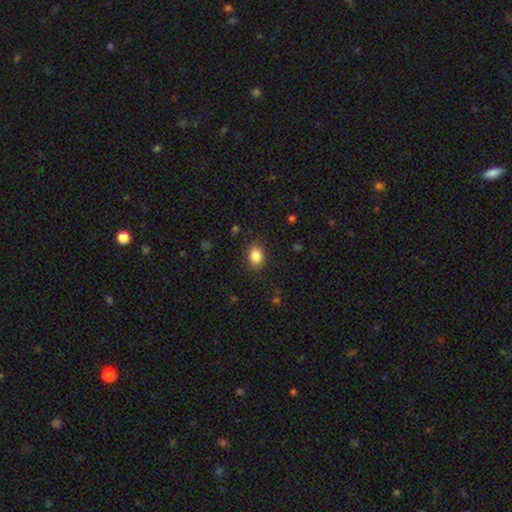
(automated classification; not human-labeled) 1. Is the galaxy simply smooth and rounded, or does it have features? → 85% smooth, 9% star or artifact, 5% featured or disk.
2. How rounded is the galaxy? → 64% in between, 35% round, 1% cigar-shaped.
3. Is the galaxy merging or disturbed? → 85% none, 11% minor disturbance, 3% major disturbance, 1% merger.